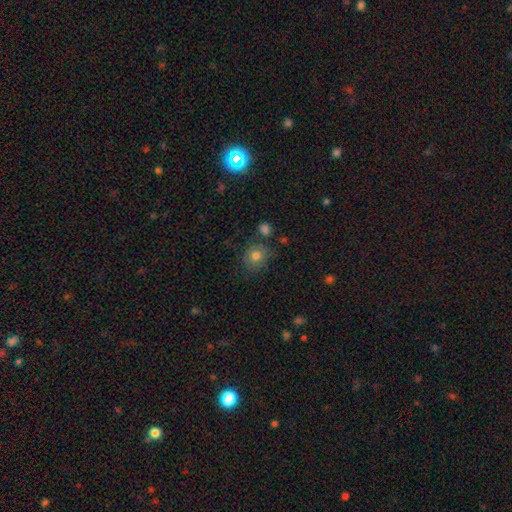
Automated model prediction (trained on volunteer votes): A smooth galaxy with no disk features (76%) that is round (76%). Merging: none (72%).